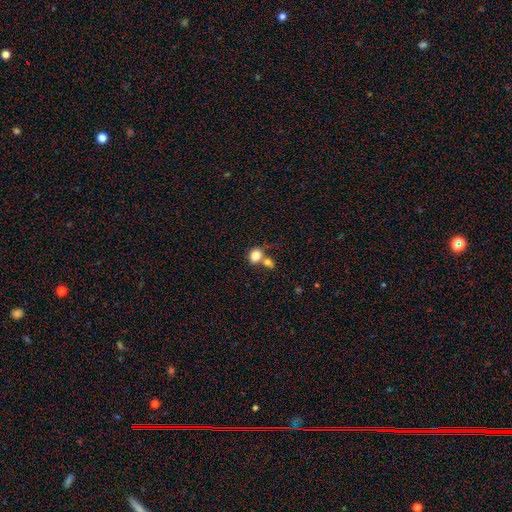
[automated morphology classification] A smooth galaxy with no disk features (82%) that is round (59%).

Vote fractions:
- Smooth or featured? smooth: 82% / star or artifact: 9% / featured or disk: 9%
- How rounded? round: 59% / in between: 40% / cigar-shaped: 1%
- Merging? merger: 45% / none: 39% / minor disturbance: 10% / major disturbance: 5%